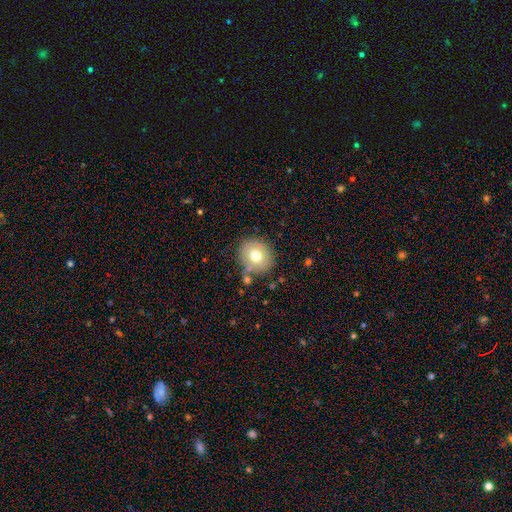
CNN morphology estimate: Smooth or featured? smooth (71%)
How rounded? round (76%)
Merging? none (79%)